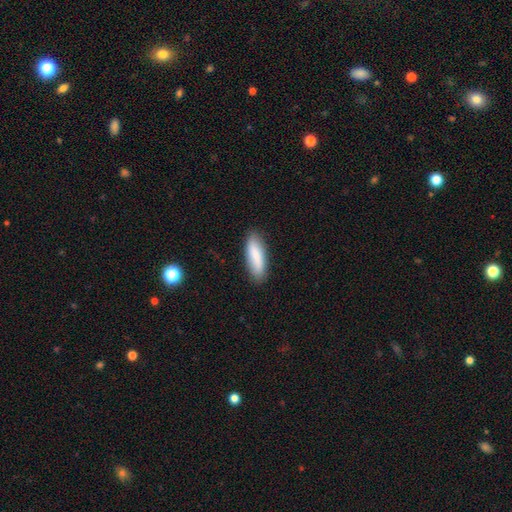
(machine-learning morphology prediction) The model was most divided on "how rounded": in between: 55%, cigar-shaped: 43%, round: 2%. More confident: merging — none (85%); smooth or featured — smooth (81%).